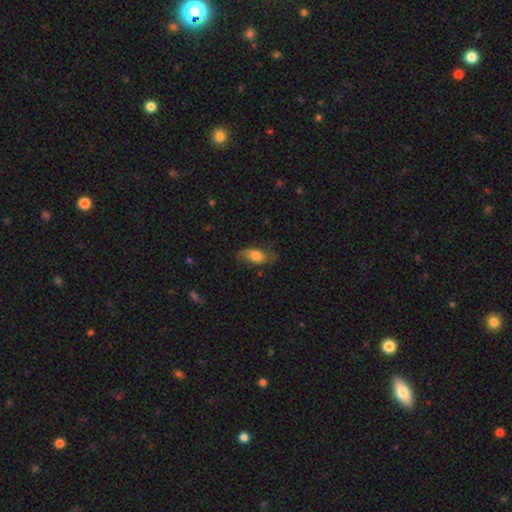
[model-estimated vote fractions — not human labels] Smooth or featured? smooth (61%)
How rounded? in between (84%)
Merging? none (65%)